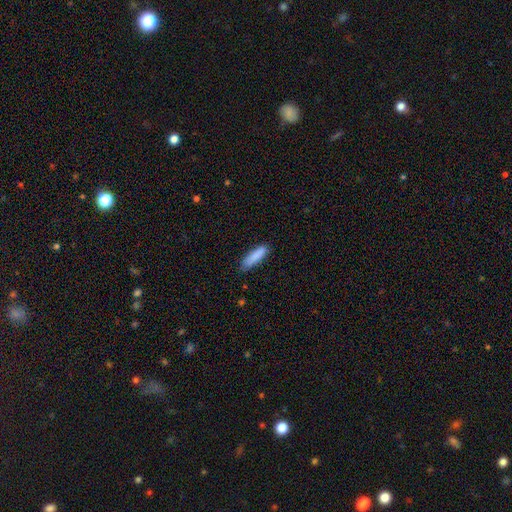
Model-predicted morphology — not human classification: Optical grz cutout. It shows a smooth galaxy with no disk features (87%) that is cigar-shaped (68%). Merging: none (79%).